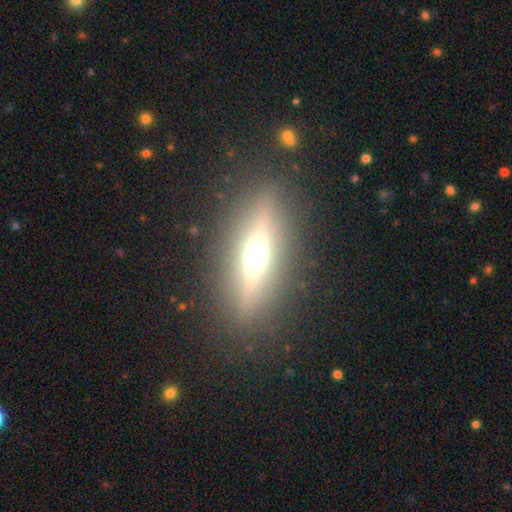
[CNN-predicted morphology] A featured or disk galaxy (63%) viewed edge-on (90%) with a rounded central bulge (92%). Merging: none (87%).